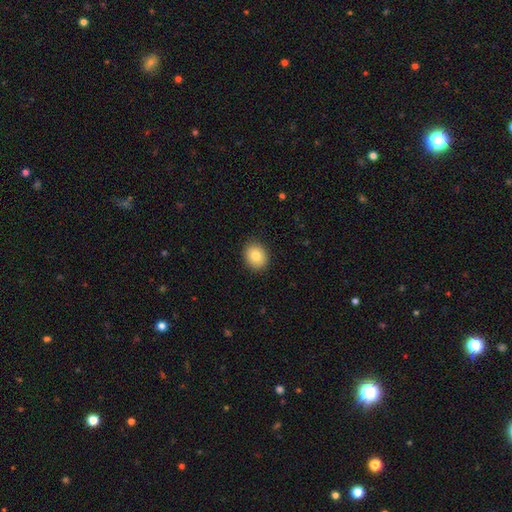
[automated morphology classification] Smooth or featured?
  - smooth: 82% *
  - featured or disk: 10%
  - star or artifact: 9%
How rounded?
  - round: 60% *
  - in between: 40%
  - cigar-shaped: 1%
Merging?
  - none: 89% *
  - minor disturbance: 8%
  - major disturbance: 2%
  - merger: 1%